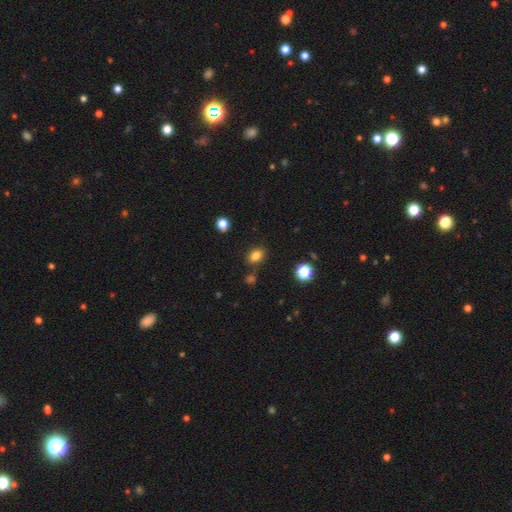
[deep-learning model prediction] Morphology: type=smooth (82%); roundness=in between (75%); merging=none (78%).